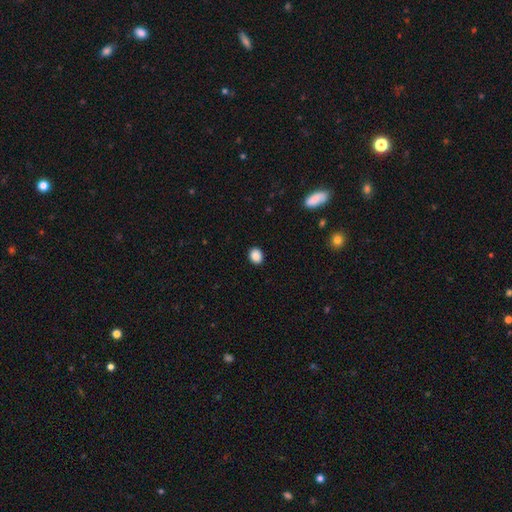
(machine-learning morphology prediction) A smooth galaxy with no disk features (89%) that is round (59%). Merging: none (90%).